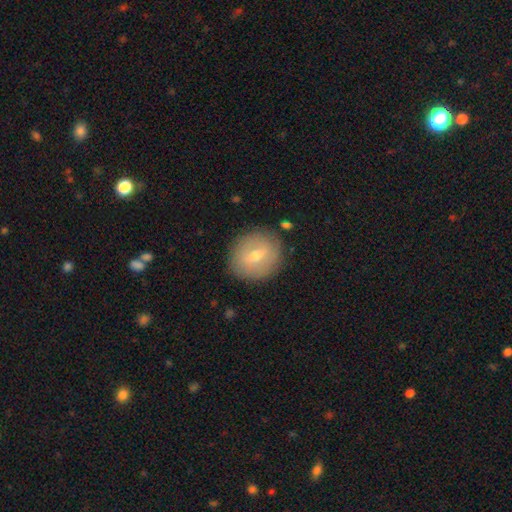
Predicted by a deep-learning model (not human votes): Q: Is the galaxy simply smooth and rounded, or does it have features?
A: smooth — 58%.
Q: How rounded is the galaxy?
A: round — 85%.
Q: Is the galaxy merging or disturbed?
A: none — 86%.